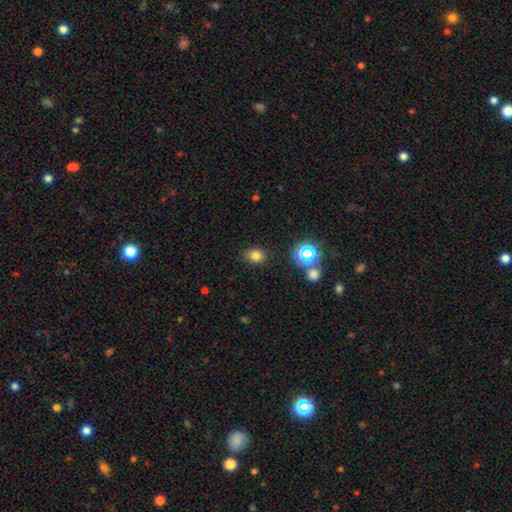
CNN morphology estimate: Q: Smooth or featured?
A: smooth (75%); runner-up: star or artifact (18%)
Q: How rounded?
A: in between (51%); runner-up: round (48%)
Q: Merging?
A: none (85%); runner-up: minor disturbance (10%)